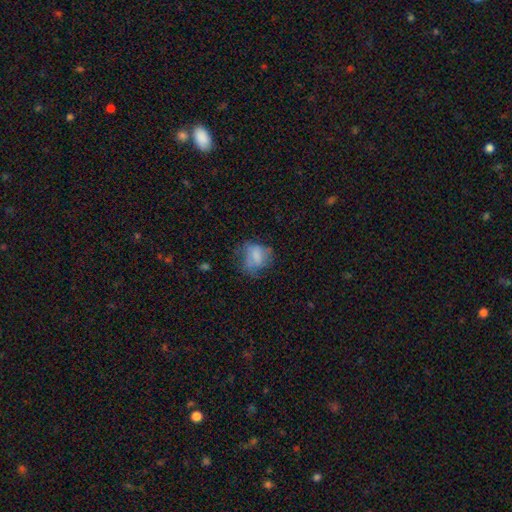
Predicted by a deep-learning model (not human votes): This appears to be a smooth galaxy with no disk features (60%) that is in between round and cigar-shaped (50%). Merging: none (41%).